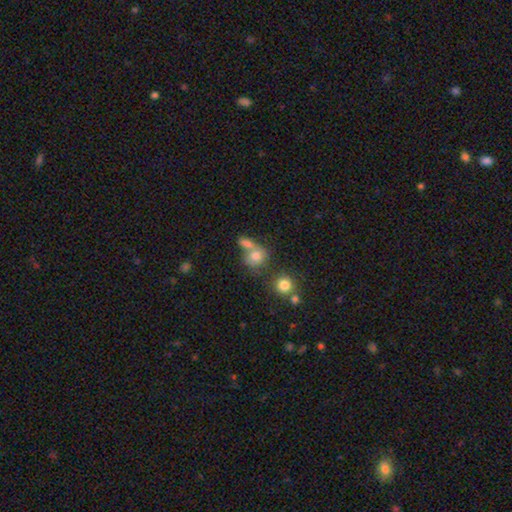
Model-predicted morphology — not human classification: Q: Smooth or featured?
A: smooth (73%); runner-up: featured or disk (14%)
Q: How rounded?
A: round (68%); runner-up: in between (30%)
Q: Merging?
A: merger (42%); runner-up: none (41%)